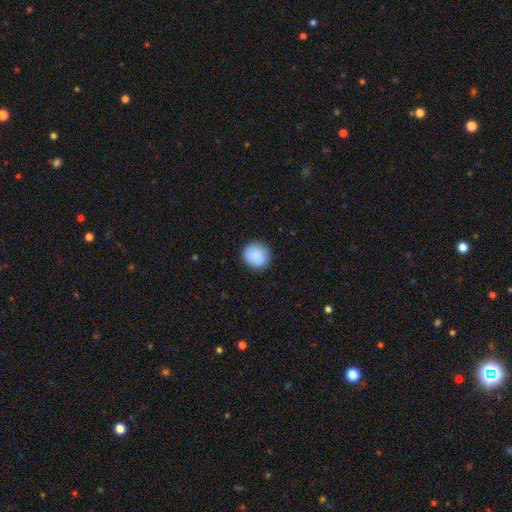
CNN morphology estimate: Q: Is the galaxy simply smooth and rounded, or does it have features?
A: smooth — 90%.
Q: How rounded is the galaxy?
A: round — 88%.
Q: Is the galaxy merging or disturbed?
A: none — 89%.